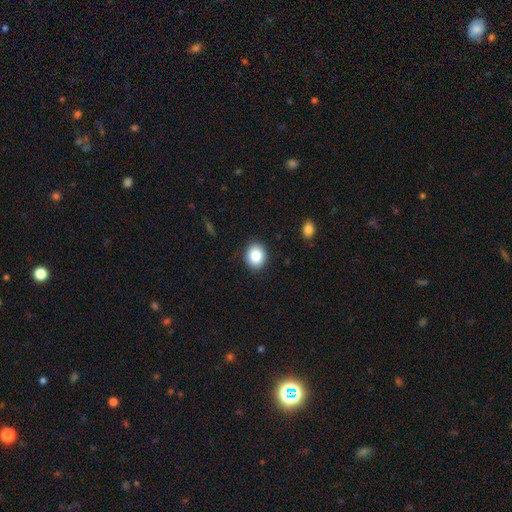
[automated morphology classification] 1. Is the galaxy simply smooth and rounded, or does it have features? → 85% smooth, 9% star or artifact, 6% featured or disk.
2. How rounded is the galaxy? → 57% round, 42% in between, 1% cigar-shaped.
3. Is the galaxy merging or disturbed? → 89% none, 8% minor disturbance, 2% major disturbance, 1% merger.